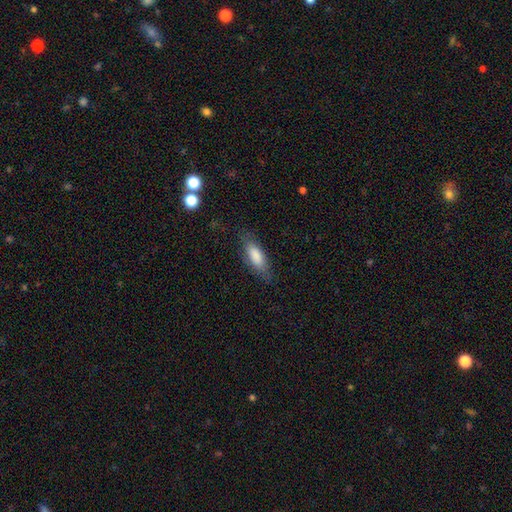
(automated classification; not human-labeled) This is clearly a smooth galaxy (82%). How rounded: likely in between (68%). Merging: likely none (75%).